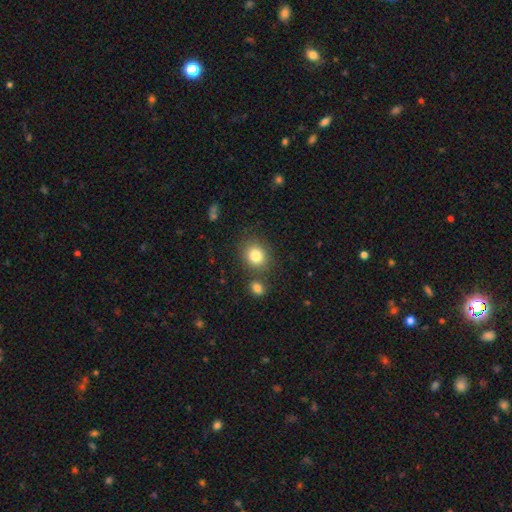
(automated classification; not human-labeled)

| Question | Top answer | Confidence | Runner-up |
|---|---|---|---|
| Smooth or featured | smooth | 83% | star or artifact (10%) |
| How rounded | round | 69% | in between (30%) |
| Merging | none | 75% | merger (11%) |